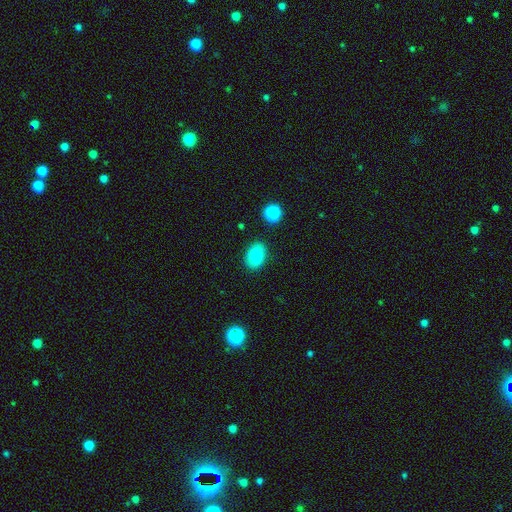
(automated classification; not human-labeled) Smooth or featured: smooth — 79% (featured or disk — 12%)
How rounded: in between — 79% (round — 20%)
Merging: none — 85% (minor disturbance — 11%)